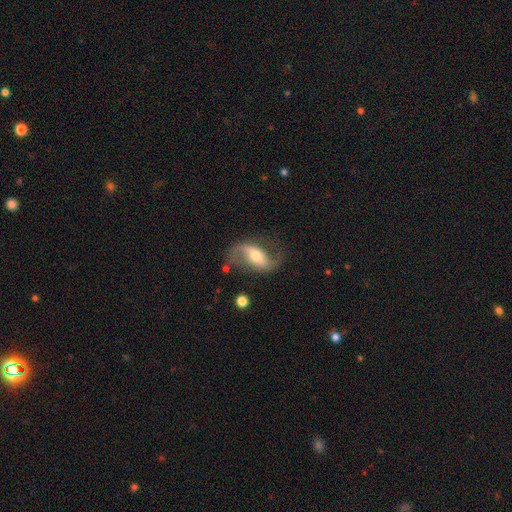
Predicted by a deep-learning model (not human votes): The model was most divided on "bar": strong: 36%, weak: 35%, no: 29%. More confident: edge-on disk — no (95%); spiral arms — yes (94%); spiral arm count — 2 (91%); smooth or featured — featured or disk (84%); spiral winding — loose (76%); merging — none (71%); bulge size — moderate (64%).